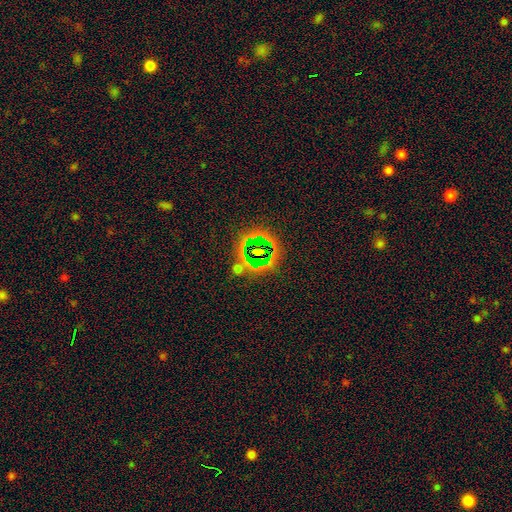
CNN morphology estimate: The model was most divided on "smooth or featured": star or artifact: 69%, smooth: 18%, featured or disk: 13%.